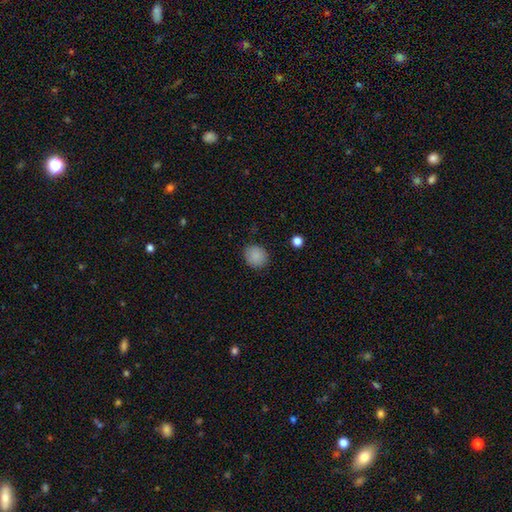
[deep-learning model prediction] smooth 87%, star or artifact 9%, featured or disk 4%. Down the decision tree: how rounded — round (76%); merging — none (87%).